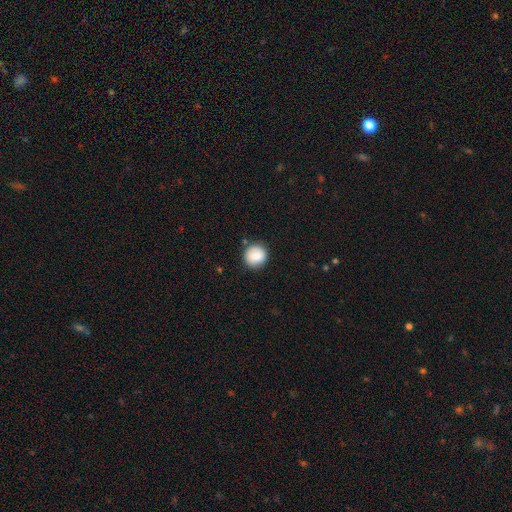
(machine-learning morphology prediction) smooth-or-featured: smooth: 84% | star or artifact: 8% | featured or disk: 8%
  how-rounded: round: 91% | in between: 8% | cigar-shaped: 1%
  merging: none: 85% | minor disturbance: 10% | major disturbance: 3% | merger: 2%